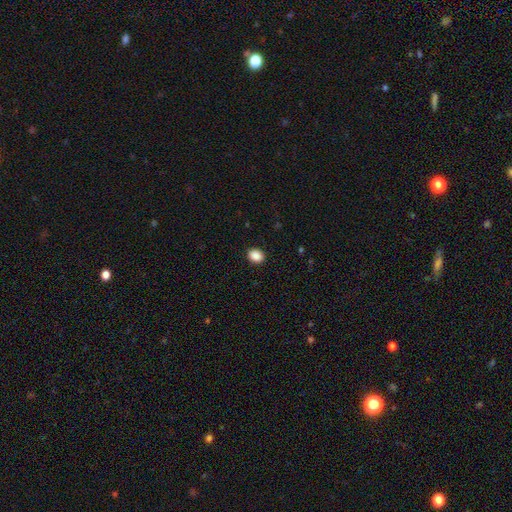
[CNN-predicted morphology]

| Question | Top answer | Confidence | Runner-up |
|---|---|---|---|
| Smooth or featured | smooth | 89% | star or artifact (9%) |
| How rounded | in between | 53% | round (46%) |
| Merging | none | 91% | minor disturbance (6%) |